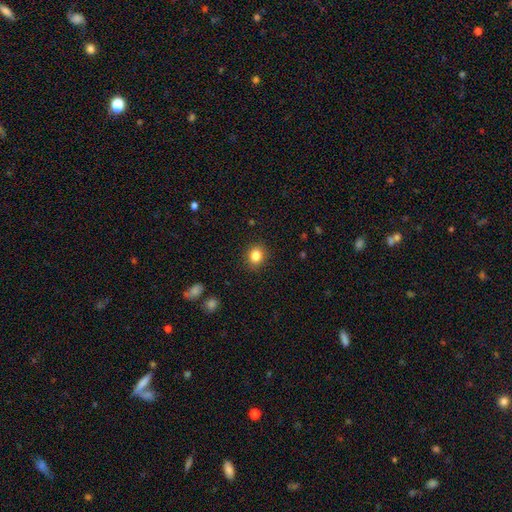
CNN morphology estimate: The model was most divided on "how rounded": round: 64%, in between: 35%, cigar-shaped: 1%. More confident: merging — none (89%); smooth or featured — smooth (85%).